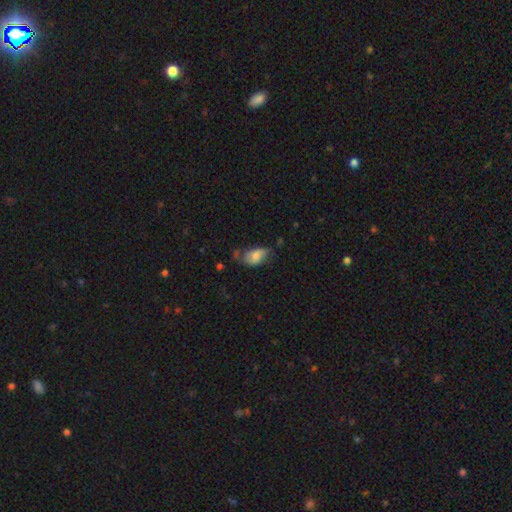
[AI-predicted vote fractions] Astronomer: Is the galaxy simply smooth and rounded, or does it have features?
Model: smooth — 67%.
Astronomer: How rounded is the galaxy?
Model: in between — 90%.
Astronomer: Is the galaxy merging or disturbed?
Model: none — 41% (runner-up: minor disturbance, 35%).